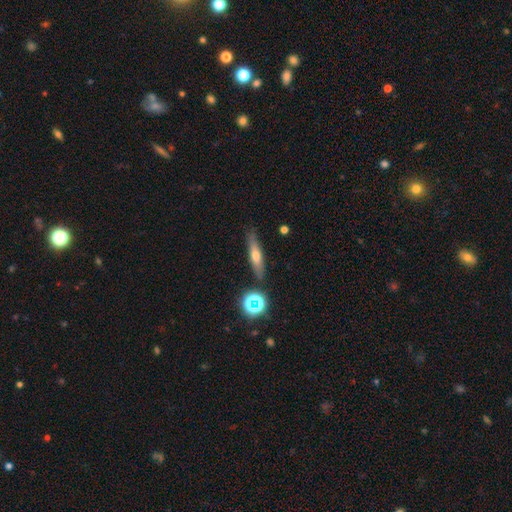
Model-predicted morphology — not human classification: Smooth or featured? smooth (49%)
Merging? none (83%)